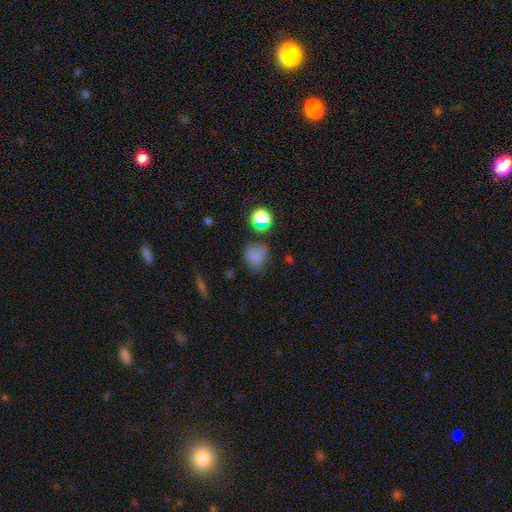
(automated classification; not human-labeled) smooth 77%, star or artifact 16%, featured or disk 8%. Down the decision tree: how rounded — round (62%); merging — none (61%).